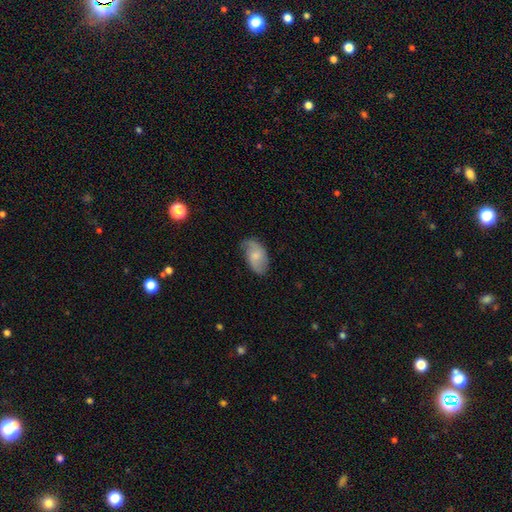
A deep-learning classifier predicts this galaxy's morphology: smooth-or-featured: smooth: 50% | featured or disk: 43% | star or artifact: 7%
  how-rounded: in between: 92% | round: 6% | cigar-shaped: 2%
  merging: none: 72% | minor disturbance: 21% | major disturbance: 6% | merger: 1%